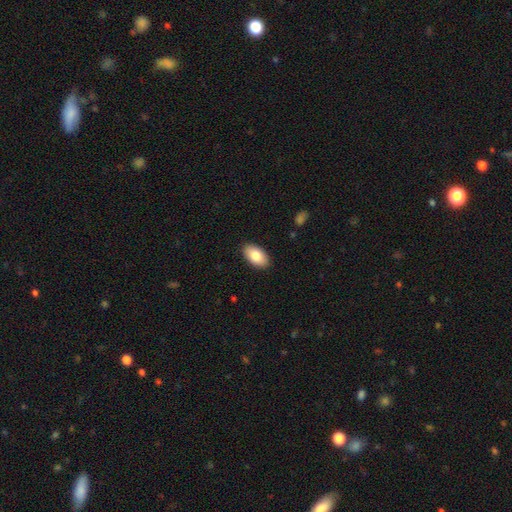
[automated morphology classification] A smooth galaxy with no disk features (83%) that is in between round and cigar-shaped (95%). Merging: none (89%).